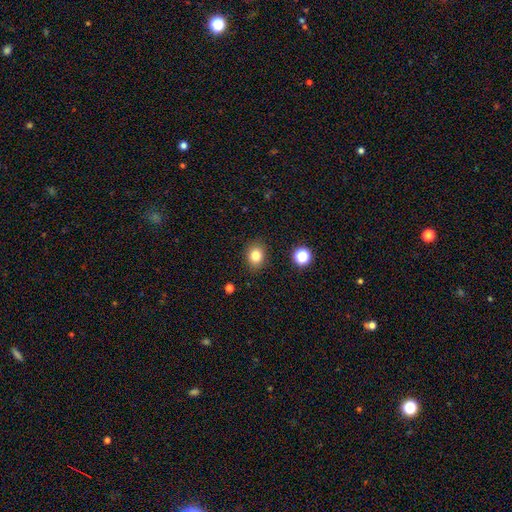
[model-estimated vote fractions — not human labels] smooth 82%, star or artifact 12%, featured or disk 6%. Down the decision tree: how rounded — round (54%); merging — none (88%).